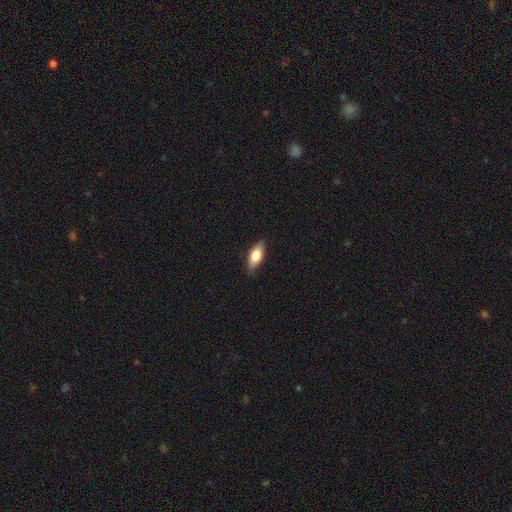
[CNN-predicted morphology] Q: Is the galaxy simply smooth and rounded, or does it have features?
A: smooth — 75%.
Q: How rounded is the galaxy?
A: in between — 78%.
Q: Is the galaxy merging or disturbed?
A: none — 81%.